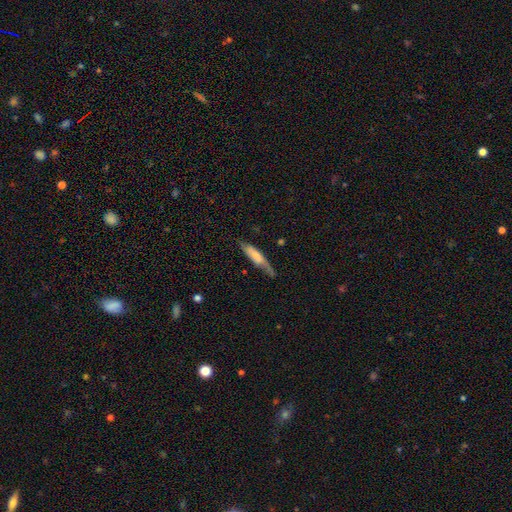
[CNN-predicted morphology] Overall: smooth (48%; featured or disk 46%). Merging: none (61%; minor disturbance 26%).